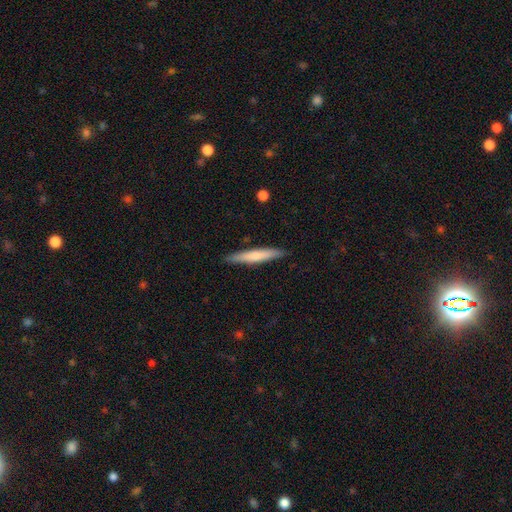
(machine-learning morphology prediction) This appears to be a smooth galaxy with no disk features (66%) that is cigar-shaped (94%). Merging: none (89%).